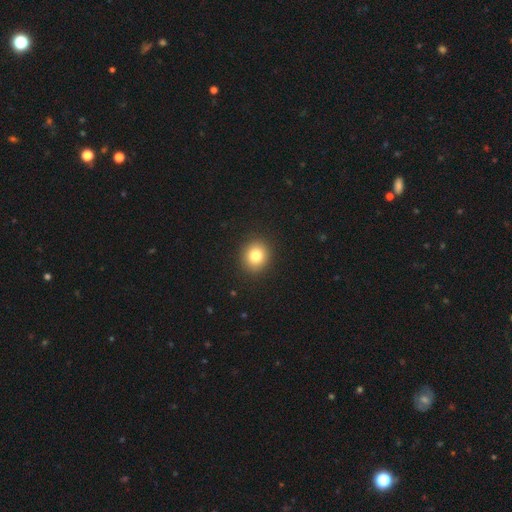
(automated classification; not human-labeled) A smooth galaxy with no disk features (82%) that is round (82%). Merging: none (91%).